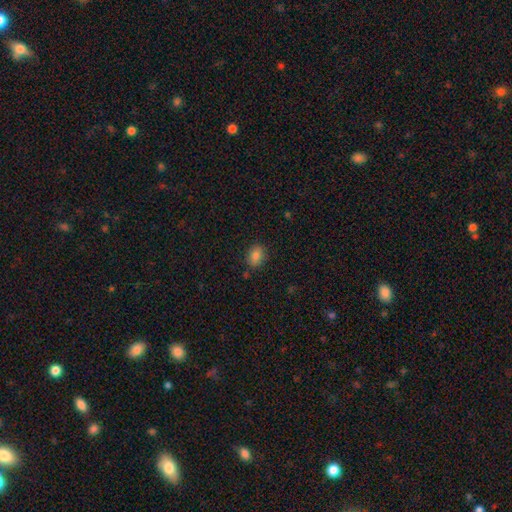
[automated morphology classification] smooth 84%, star or artifact 10%, featured or disk 6%. Down the decision tree: how rounded — in between (71%); merging — none (85%).